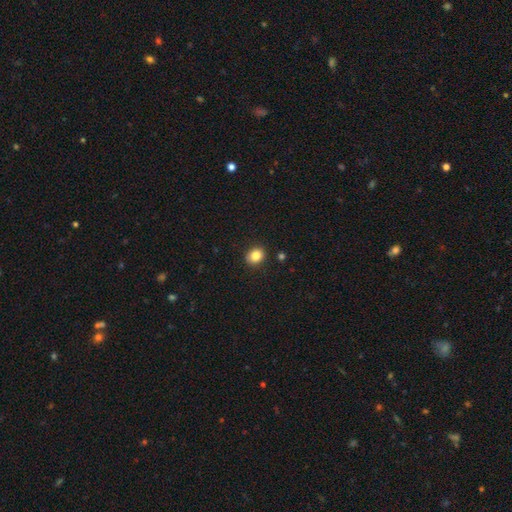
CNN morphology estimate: Q: Smooth or featured?
A: smooth (85%); runner-up: star or artifact (10%)
Q: How rounded?
A: round (57%); runner-up: in between (42%)
Q: Merging?
A: none (89%); runner-up: minor disturbance (8%)